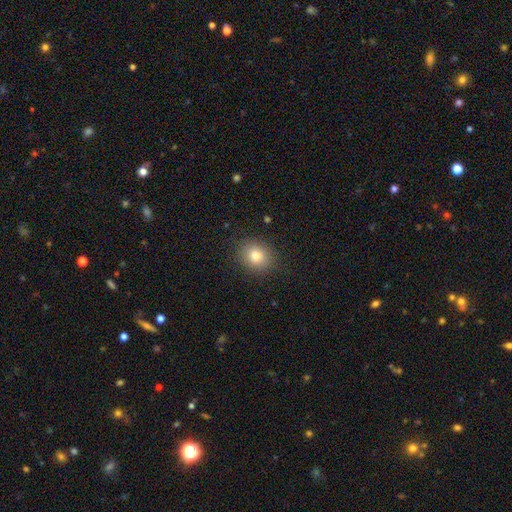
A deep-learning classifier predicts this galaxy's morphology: smooth_or_featured: smooth (p=0.80) [alt: star or artifact p=0.12]
how_rounded: round (p=0.71) [alt: in between p=0.28]
merging: none (p=0.88) [alt: minor disturbance p=0.08]